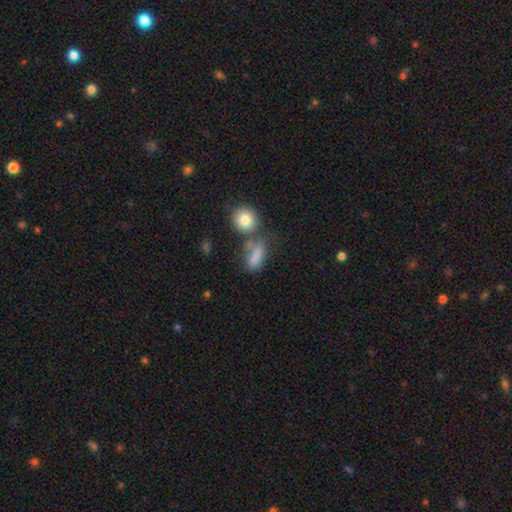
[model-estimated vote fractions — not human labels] Overall: smooth (79%). How rounded: in between (68%). Merging: none (40%; merger 30%).